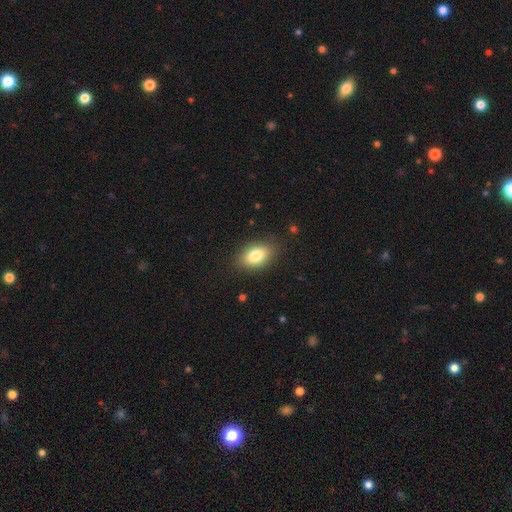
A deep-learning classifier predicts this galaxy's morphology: A smooth galaxy with no disk features (81%) that is in between round and cigar-shaped (89%).

Vote fractions:
- Smooth or featured? smooth: 81% / featured or disk: 10% / star or artifact: 8%
- How rounded? in between: 89% / round: 8% / cigar-shaped: 3%
- Merging? none: 85% / minor disturbance: 11% / major disturbance: 3% / merger: 1%